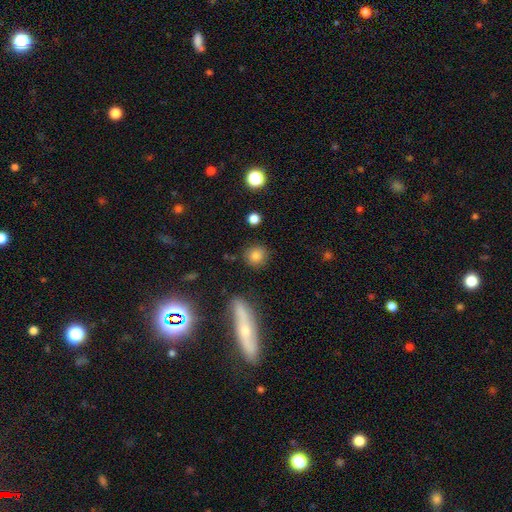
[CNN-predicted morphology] type=smooth (82%); roundness=round (87%); merging=none (86%).